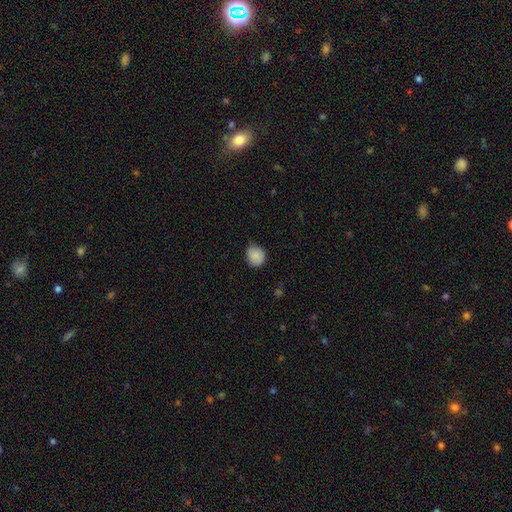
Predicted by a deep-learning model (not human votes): Overall: smooth (85%). How rounded: round (72%). Merging: none (73%).